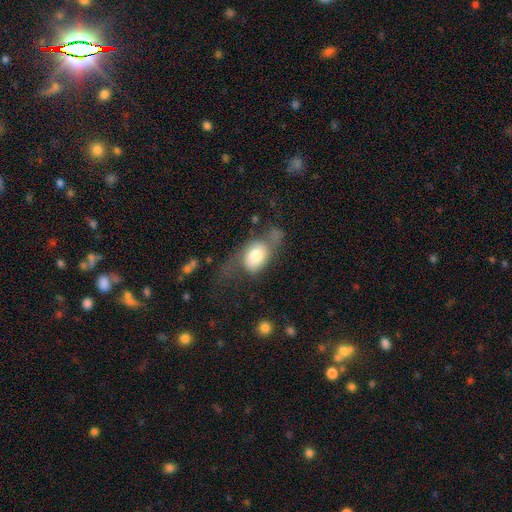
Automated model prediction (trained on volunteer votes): Smooth or featured? Predicted: smooth (p=0.65). How rounded? Predicted: in between (p=0.69). Merging? Predicted: major disturbance (p=0.39).